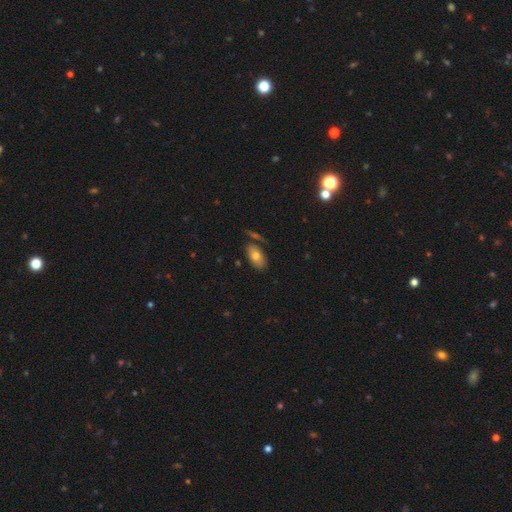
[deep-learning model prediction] Smooth or featured?
  - smooth: 74% *
  - featured or disk: 18%
  - star or artifact: 8%
How rounded?
  - in between: 92% *
  - round: 5%
  - cigar-shaped: 3%
Merging?
  - none: 69% *
  - minor disturbance: 16%
  - merger: 10%
  - major disturbance: 5%